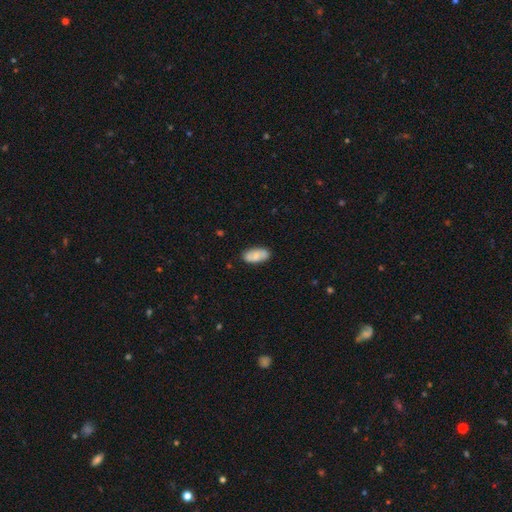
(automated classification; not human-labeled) Q: Smooth or featured?
A: smooth (72%); runner-up: featured or disk (21%)
Q: How rounded?
A: in between (91%); runner-up: cigar-shaped (6%)
Q: Merging?
A: none (83%); runner-up: minor disturbance (13%)